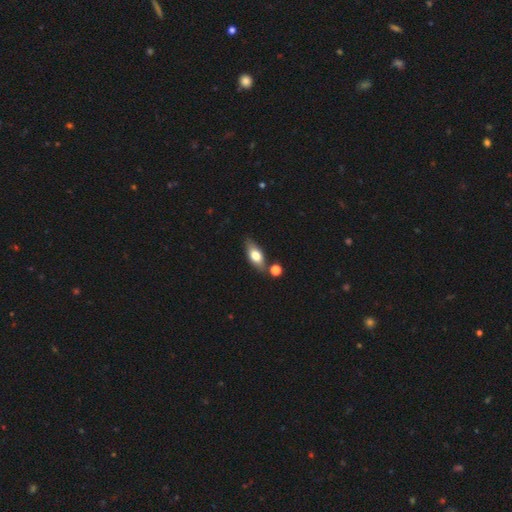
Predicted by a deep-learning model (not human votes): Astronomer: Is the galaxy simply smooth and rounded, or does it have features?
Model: smooth — 66%.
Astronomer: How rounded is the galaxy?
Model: in between — 76%.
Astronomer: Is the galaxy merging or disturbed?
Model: none — 72%.